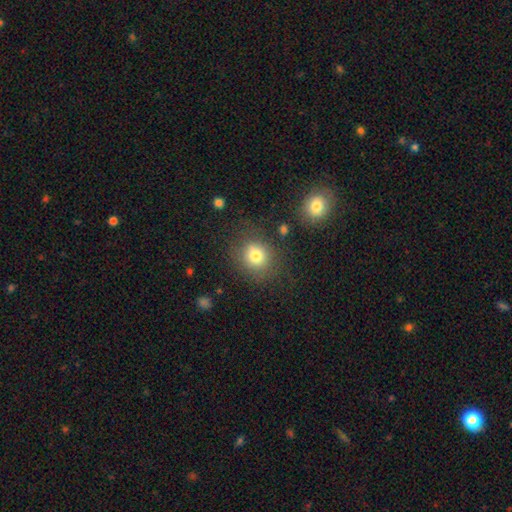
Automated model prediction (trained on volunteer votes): A smooth galaxy with no disk features (77%) that is round (76%). Merging: none (76%).